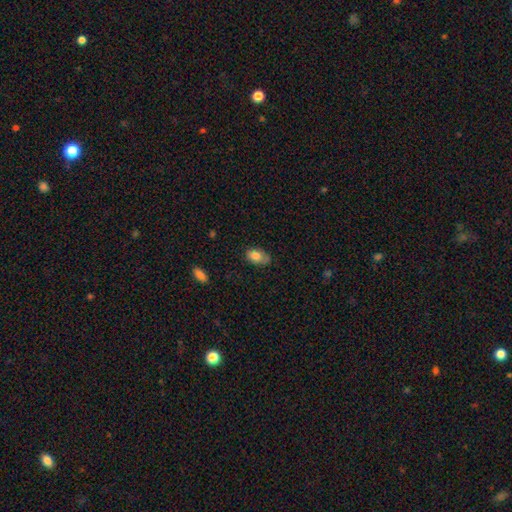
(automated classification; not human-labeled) Q: Smooth or featured?
A: smooth (80%); runner-up: featured or disk (12%)
Q: How rounded?
A: in between (89%); runner-up: round (9%)
Q: Merging?
A: none (55%); runner-up: minor disturbance (33%)